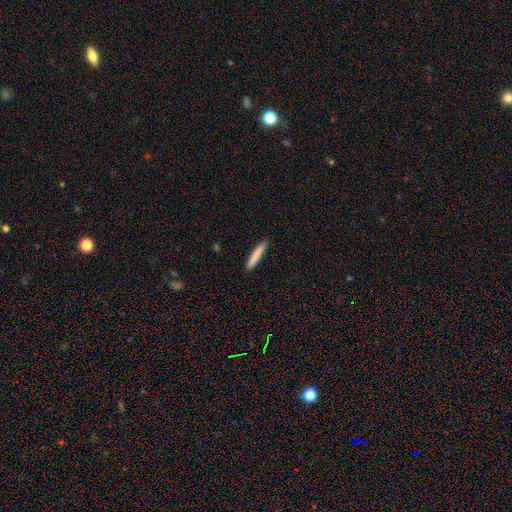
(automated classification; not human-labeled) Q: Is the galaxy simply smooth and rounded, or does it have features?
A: smooth — 82%.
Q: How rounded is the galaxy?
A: cigar-shaped — 93%.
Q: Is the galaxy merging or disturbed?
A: none — 90%.